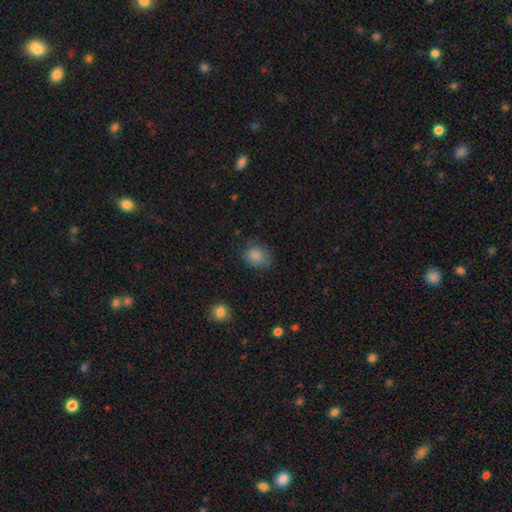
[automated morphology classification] A smooth galaxy with no disk features (85%) that is round (62%). Merging: none (71%).